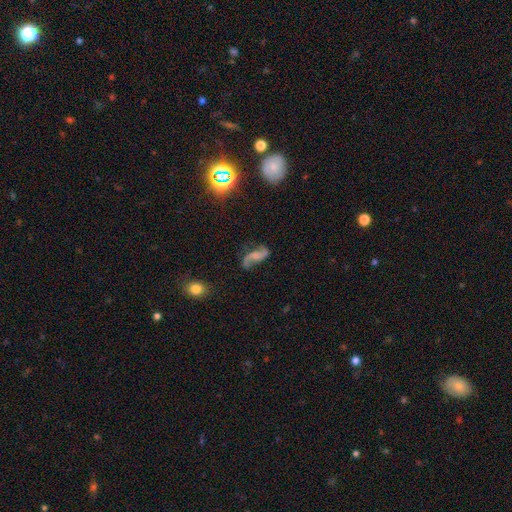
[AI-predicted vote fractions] smooth_or_featured: featured or disk (p=0.76) [alt: smooth p=0.15]
disk_edge_on: no (p=0.96) [alt: yes p=0.04]
bar: no (p=0.54) [alt: weak p=0.33]
has_spiral_arms: yes (p=0.93) [alt: no p=0.07]
spiral_winding: loose (p=0.80) [alt: medium p=0.16]
spiral_arm_count: 2 (p=0.90) [alt: 1 p=0.04]
bulge_size: none (p=0.61) [alt: small p=0.21]
merging: none (p=0.62) [alt: minor disturbance p=0.20]